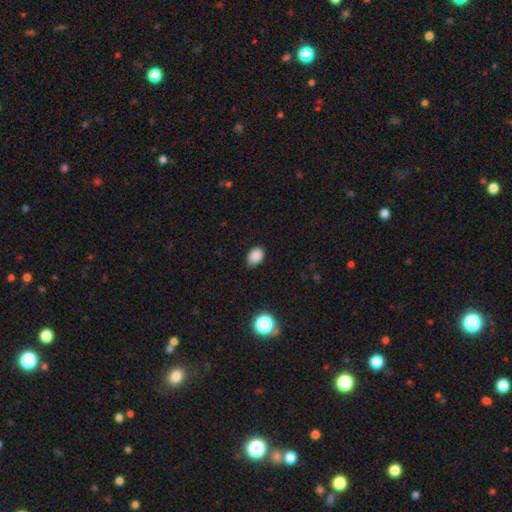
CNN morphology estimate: Smooth or featured? smooth (87%)
How rounded? in between (77%)
Merging? none (85%)